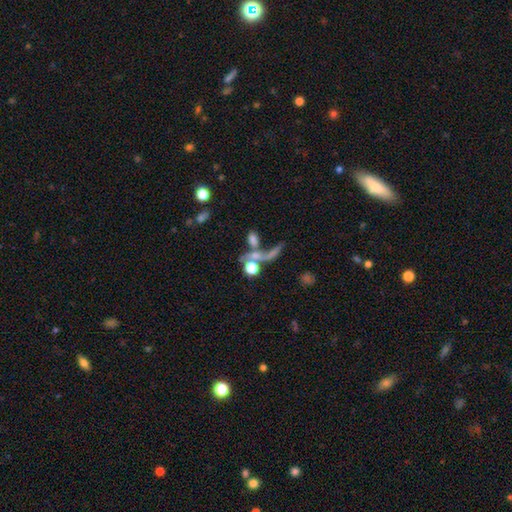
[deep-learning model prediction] Overall: smooth (46%; featured or disk 32%). Merging: merger (41%; none 29%).